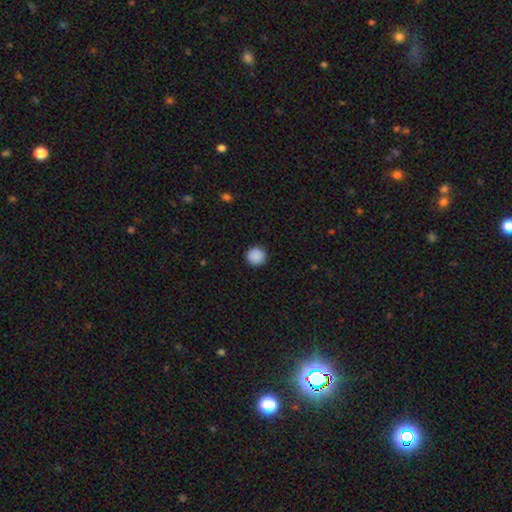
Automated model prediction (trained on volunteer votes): This is clearly a smooth galaxy (89%). How rounded: clearly round (94%). Merging: clearly none (92%).